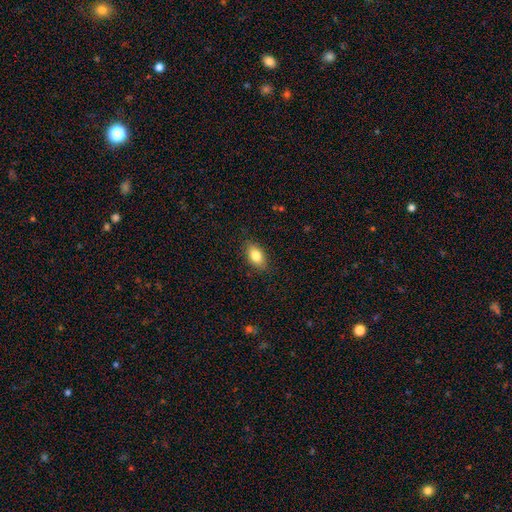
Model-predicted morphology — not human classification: Smooth or featured: smooth — 82% (featured or disk — 11%)
How rounded: in between — 89% (round — 7%)
Merging: none — 86% (minor disturbance — 11%)